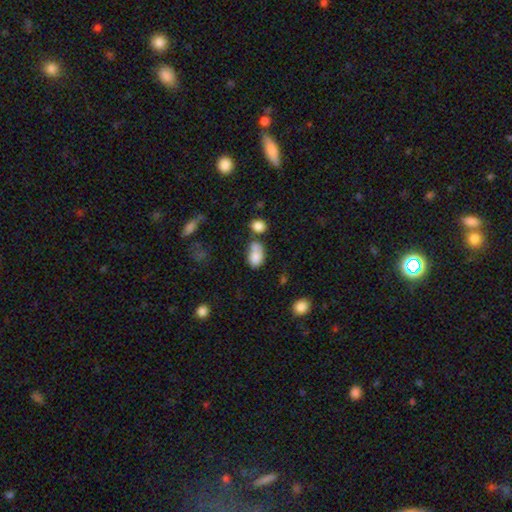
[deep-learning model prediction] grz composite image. It shows a smooth galaxy with no disk features (80%) that is in between round and cigar-shaped (84%). Merging: merger (40%).